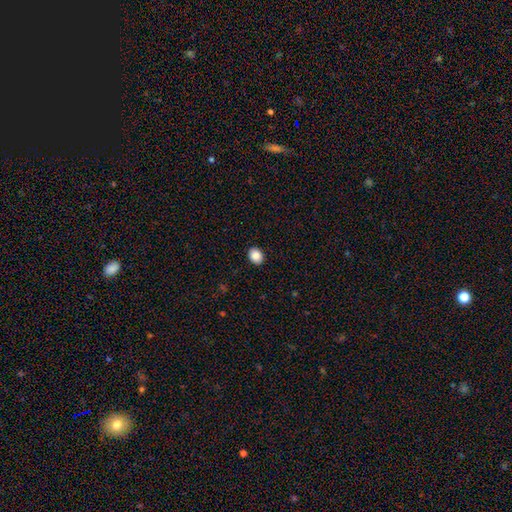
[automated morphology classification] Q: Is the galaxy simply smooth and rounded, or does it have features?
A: smooth — 86%.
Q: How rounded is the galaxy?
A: in between — 56%.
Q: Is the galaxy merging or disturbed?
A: none — 91%.